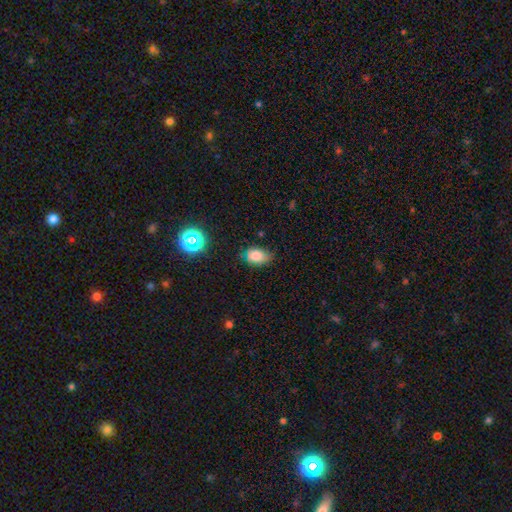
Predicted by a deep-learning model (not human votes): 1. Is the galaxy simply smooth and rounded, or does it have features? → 78% smooth, 13% star or artifact, 10% featured or disk.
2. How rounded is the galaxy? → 79% in between, 20% round, 1% cigar-shaped.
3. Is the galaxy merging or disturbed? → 58% none, 33% minor disturbance, 7% major disturbance, 2% merger.